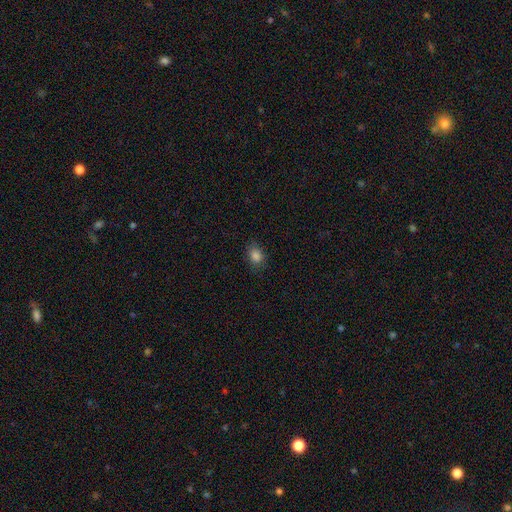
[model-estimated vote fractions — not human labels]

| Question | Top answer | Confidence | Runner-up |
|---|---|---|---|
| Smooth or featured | smooth | 83% | star or artifact (12%) |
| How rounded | in between | 64% | round (34%) |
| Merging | none | 77% | minor disturbance (18%) |